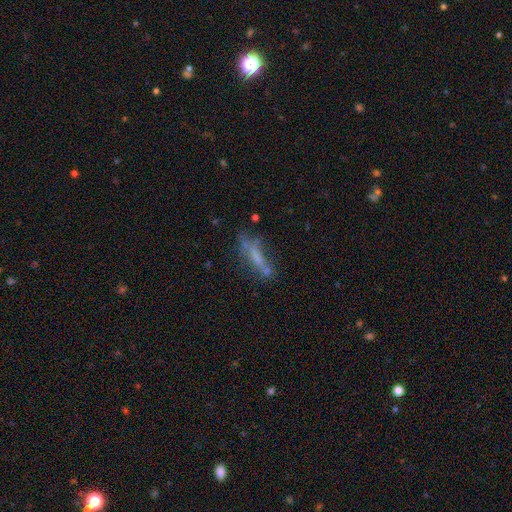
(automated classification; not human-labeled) Smooth or featured?
  - smooth: 47% *
  - featured or disk: 40%
  - star or artifact: 13%
Merging?
  - none: 49% *
  - minor disturbance: 22%
  - major disturbance: 16%
  - merger: 12%